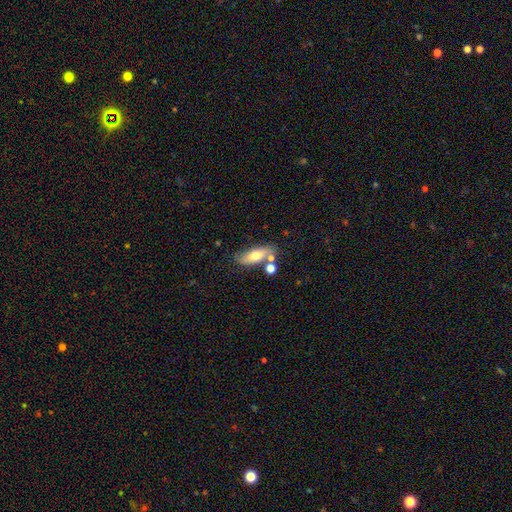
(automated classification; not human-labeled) Smooth or featured? smooth (64%)
How rounded? in between (70%)
Merging? none (64%)